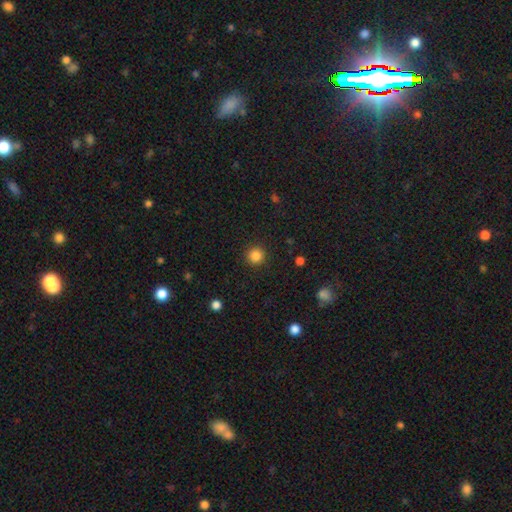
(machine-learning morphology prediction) The model was most divided on "smooth or featured": smooth: 85%, star or artifact: 11%, featured or disk: 4%. More confident: how rounded — round (95%); merging — none (92%).